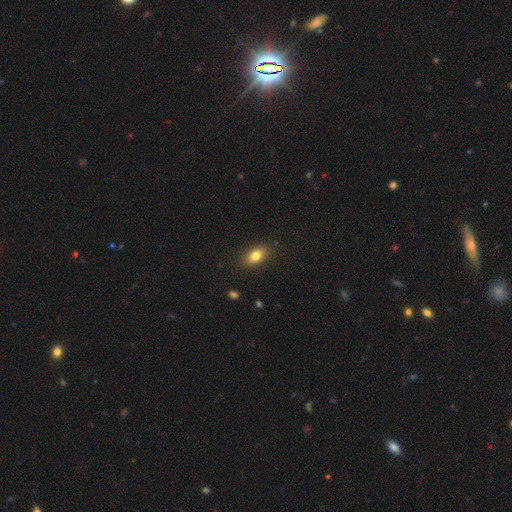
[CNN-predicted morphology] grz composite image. It shows a smooth galaxy with no disk features (80%) that is in between round and cigar-shaped (83%). Merging: none (86%).